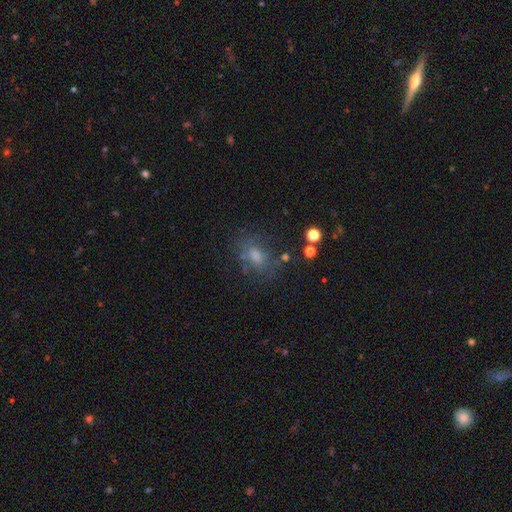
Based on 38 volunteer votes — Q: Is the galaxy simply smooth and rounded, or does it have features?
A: smooth — 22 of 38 (58%).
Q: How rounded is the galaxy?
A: in between — 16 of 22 (73%).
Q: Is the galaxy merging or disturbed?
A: none — 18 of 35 (51%).